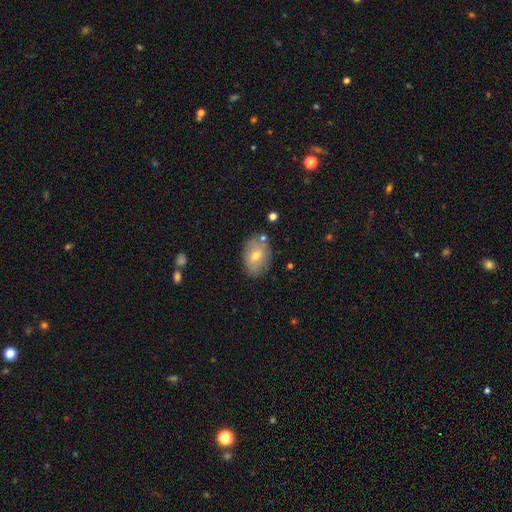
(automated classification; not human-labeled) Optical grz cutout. It shows a smooth galaxy with no disk features (64%) that is in between round and cigar-shaped (79%). Merging: none (77%).